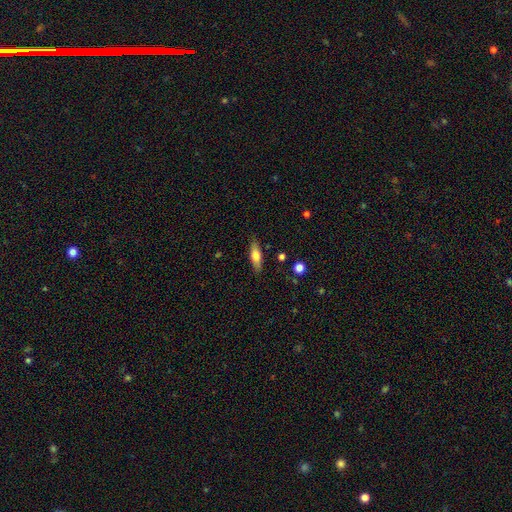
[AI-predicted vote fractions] Smooth or featured: smooth — 65% (featured or disk — 29%)
How rounded: cigar-shaped — 50% (in between — 47%)
Merging: none — 85% (minor disturbance — 11%)